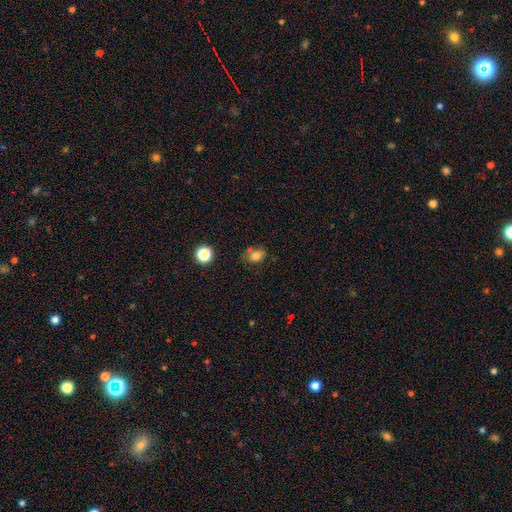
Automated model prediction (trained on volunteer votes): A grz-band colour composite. It shows a smooth galaxy with no disk features (78%) that is in between round and cigar-shaped (68%). Merging: none (62%).